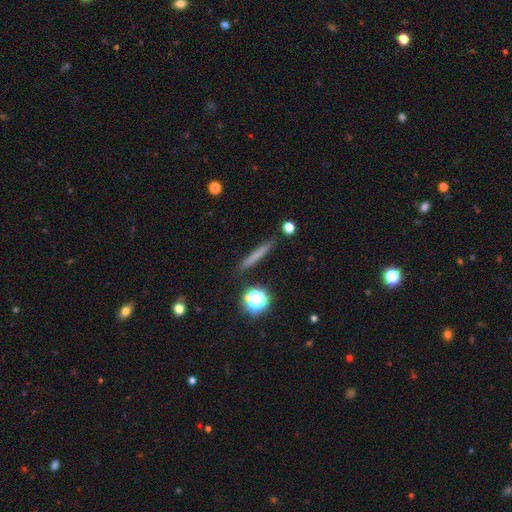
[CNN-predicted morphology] A smooth galaxy with no disk features (65%) that is cigar-shaped (92%).

Vote fractions:
- Smooth or featured? smooth: 65% / featured or disk: 23% / star or artifact: 12%
- How rounded? cigar-shaped: 92% / round: 4% / in between: 4%
- Merging? none: 88% / minor disturbance: 8% / major disturbance: 2% / merger: 2%